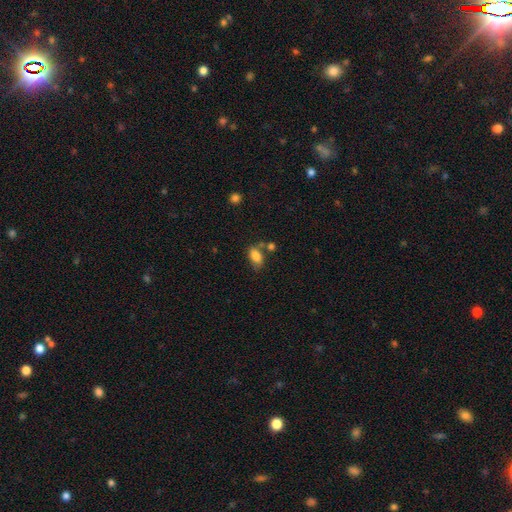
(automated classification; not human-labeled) A smooth galaxy with no disk features (81%) that is in between round and cigar-shaped (89%). Merging: none (58%).